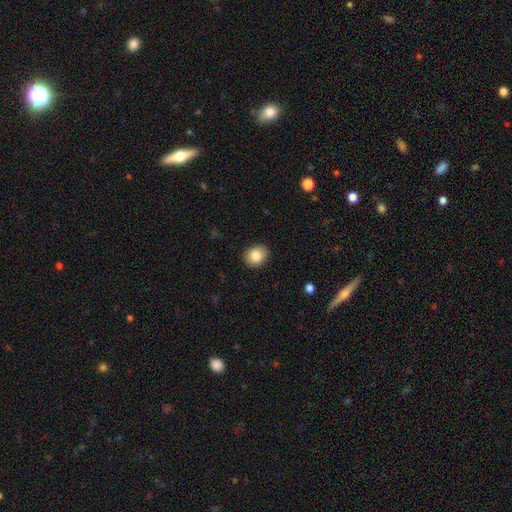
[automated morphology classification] Smooth or featured?
  - smooth: 84% *
  - star or artifact: 9%
  - featured or disk: 7%
How rounded?
  - round: 59% *
  - in between: 40%
  - cigar-shaped: 1%
Merging?
  - none: 90% *
  - minor disturbance: 7%
  - major disturbance: 2%
  - merger: 1%